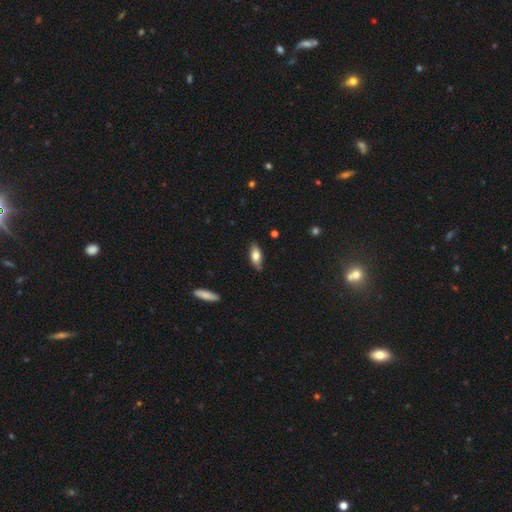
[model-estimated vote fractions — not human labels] Morphology: type=smooth (75%); roundness=in between (80%); merging=none (80%).